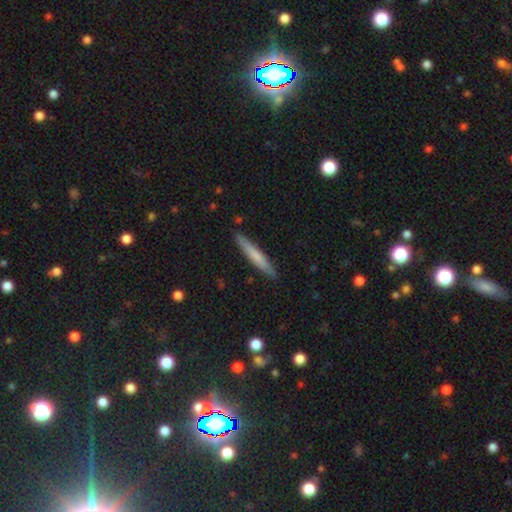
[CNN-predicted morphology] smooth_or_featured: smooth (p=0.62) [alt: featured or disk p=0.32]
how_rounded: cigar-shaped (p=0.95) [alt: in between p=0.04]
merging: none (p=0.89) [alt: minor disturbance p=0.08]